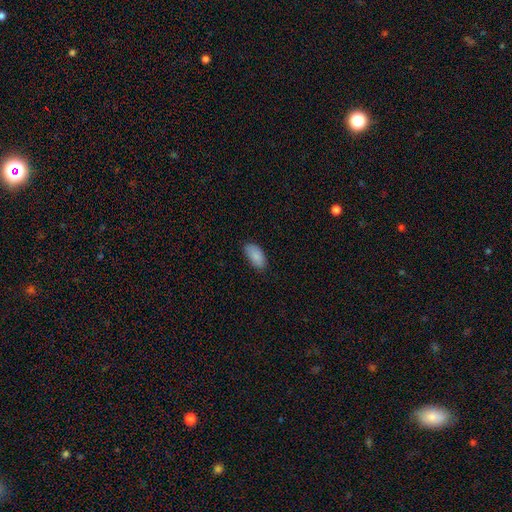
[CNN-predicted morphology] Overall: smooth (89%). How rounded: in between (94%). Merging: none (80%).